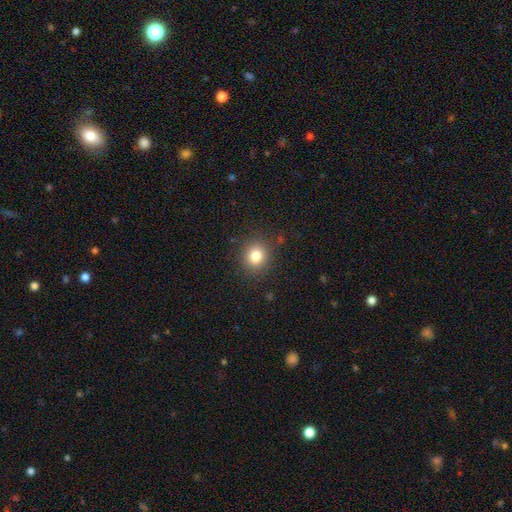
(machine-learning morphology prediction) Smooth or featured? Predicted: smooth (p=0.82). How rounded? Predicted: round (p=0.77). Merging? Predicted: none (p=0.87).